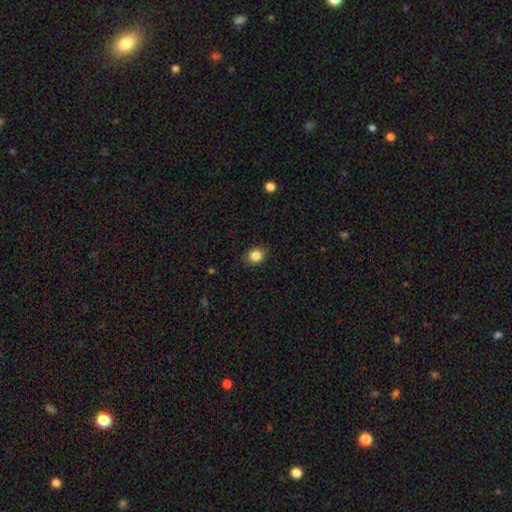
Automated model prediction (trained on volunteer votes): Smooth or featured? Predicted: smooth (p=0.85). How rounded? Predicted: round (p=0.62). Merging? Predicted: none (p=0.89).